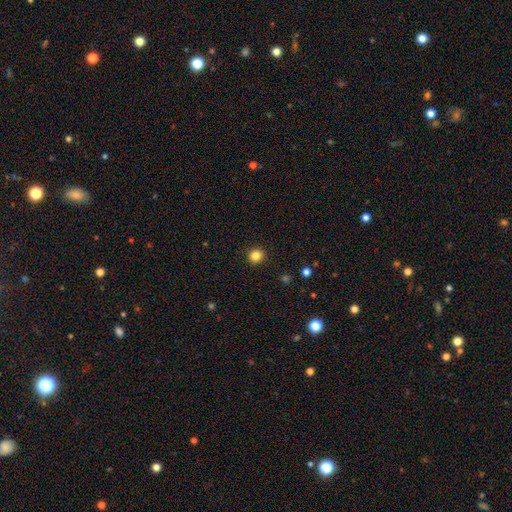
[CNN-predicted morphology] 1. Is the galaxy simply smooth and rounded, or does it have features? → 84% smooth, 12% star or artifact, 4% featured or disk.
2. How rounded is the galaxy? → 89% round, 10% in between, 1% cigar-shaped.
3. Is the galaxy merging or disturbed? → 92% none, 5% minor disturbance, 2% major disturbance, 1% merger.